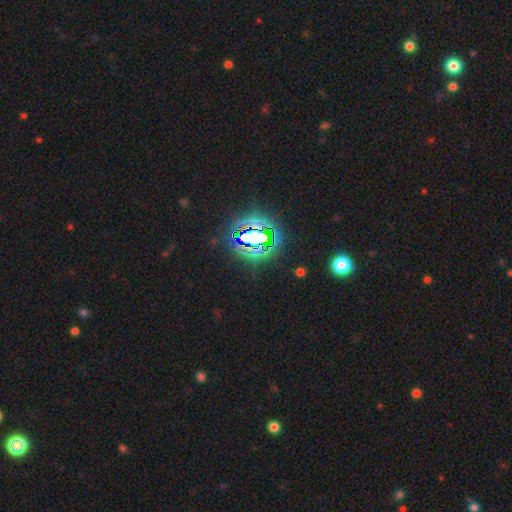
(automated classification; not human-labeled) Smooth or featured? Predicted: star or artifact (p=0.82).